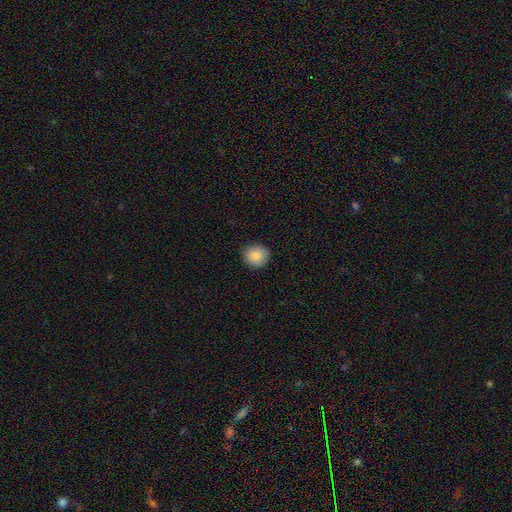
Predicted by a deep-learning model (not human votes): A smooth galaxy with no disk features (88%) that is round (91%).

Vote fractions:
- Smooth or featured? smooth: 88% / star or artifact: 8% / featured or disk: 5%
- How rounded? round: 91% / in between: 8% / cigar-shaped: 1%
- Merging? none: 91% / minor disturbance: 7% / major disturbance: 2% / merger: 1%